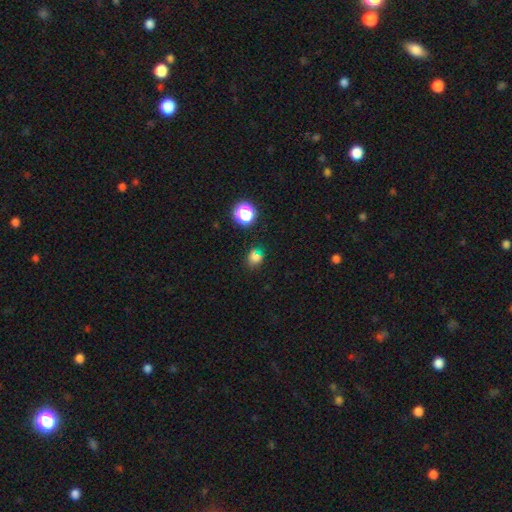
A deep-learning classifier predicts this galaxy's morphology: This appears to be a smooth galaxy with no disk features (71%) that is round (65%). Merging: none (74%).